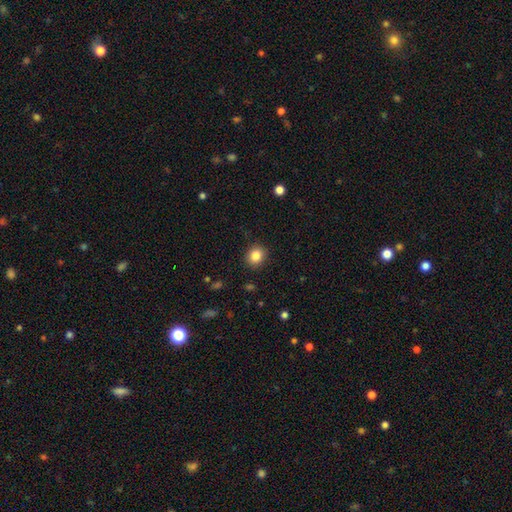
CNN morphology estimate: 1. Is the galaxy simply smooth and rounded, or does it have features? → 86% smooth, 10% star or artifact, 5% featured or disk.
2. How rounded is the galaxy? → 72% round, 27% in between, 1% cigar-shaped.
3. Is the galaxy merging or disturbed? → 89% none, 7% minor disturbance, 2% major disturbance, 1% merger.